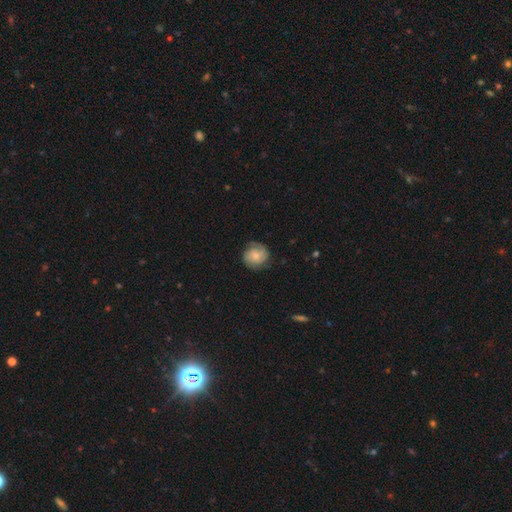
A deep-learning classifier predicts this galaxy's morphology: Q: Smooth or featured?
A: featured or disk (51%); runner-up: smooth (42%)
Q: Edge-on disk?
A: no (97%); runner-up: yes (3%)
Q: Merging?
A: none (72%); runner-up: minor disturbance (20%)